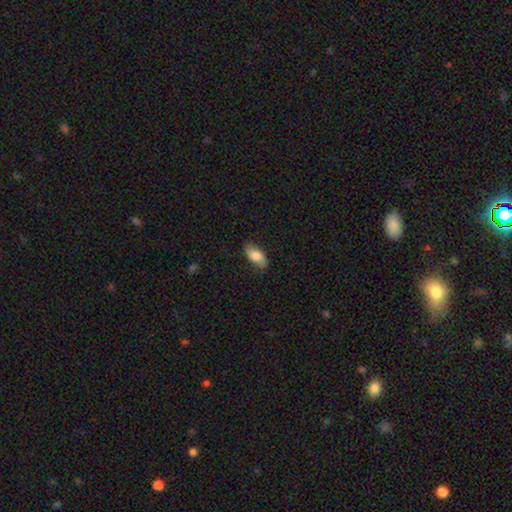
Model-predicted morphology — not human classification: smooth 74%, featured or disk 19%, star or artifact 7%. Down the decision tree: how rounded — in between (90%); merging — none (77%).